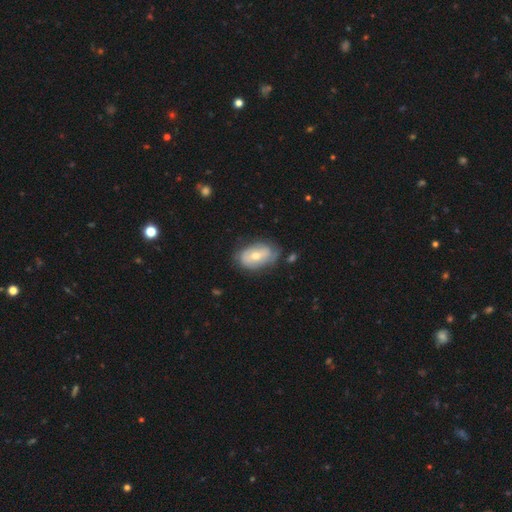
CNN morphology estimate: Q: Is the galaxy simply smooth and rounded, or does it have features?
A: featured or disk — 49%.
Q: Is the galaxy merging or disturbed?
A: none — 65%.